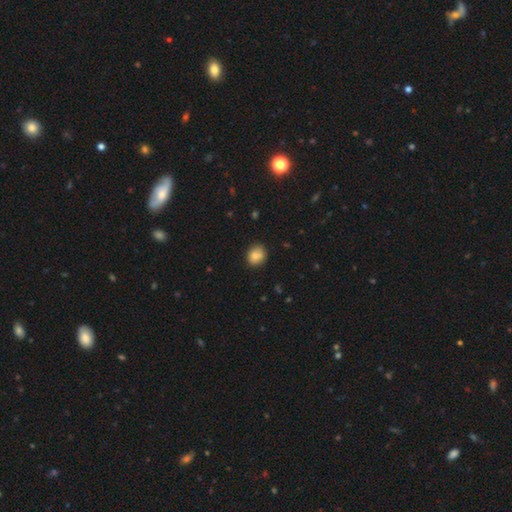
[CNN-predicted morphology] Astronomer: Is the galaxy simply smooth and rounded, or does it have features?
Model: smooth — 81%.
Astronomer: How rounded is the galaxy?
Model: round — 72%.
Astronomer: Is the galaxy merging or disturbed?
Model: none — 78%.